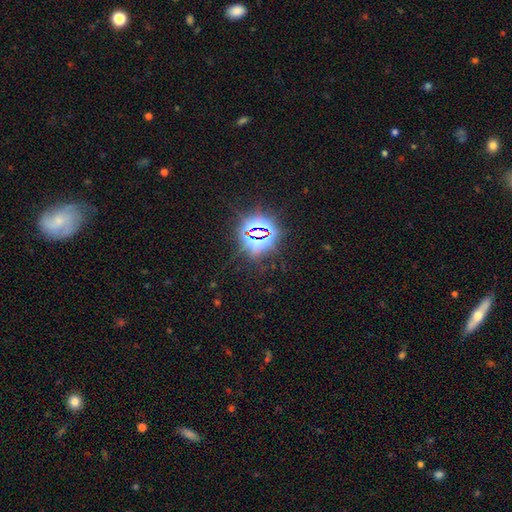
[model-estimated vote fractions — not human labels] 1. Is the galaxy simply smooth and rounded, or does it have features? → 78% star or artifact, 13% smooth, 8% featured or disk.